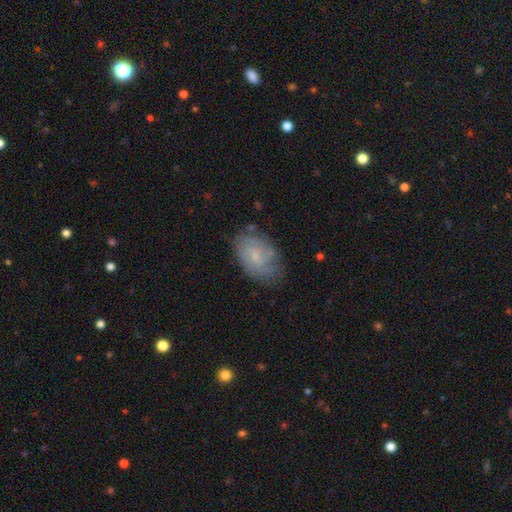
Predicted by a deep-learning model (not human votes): This is possibly a featured or disk galaxy (57%). It is clearly not viewed edge-on (96%). Bar: possibly no (55%). Spiral arm pattern: clearly yes (81%). Central bulge: likely small (67%). Merging: likely none (68%).